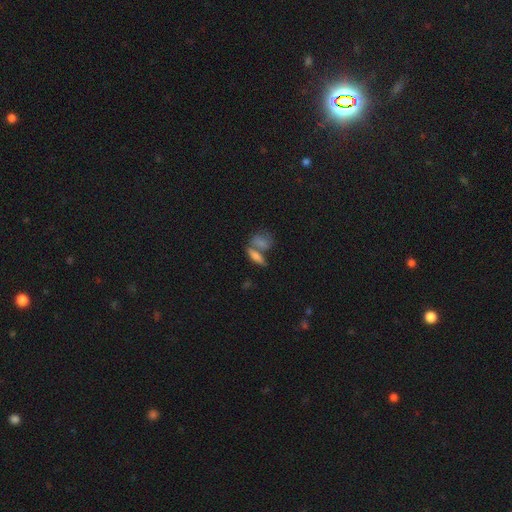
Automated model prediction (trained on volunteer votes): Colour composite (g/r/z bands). It shows a smooth galaxy with no disk features (70%) that is in between round and cigar-shaped (57%). Merging: none (43%).